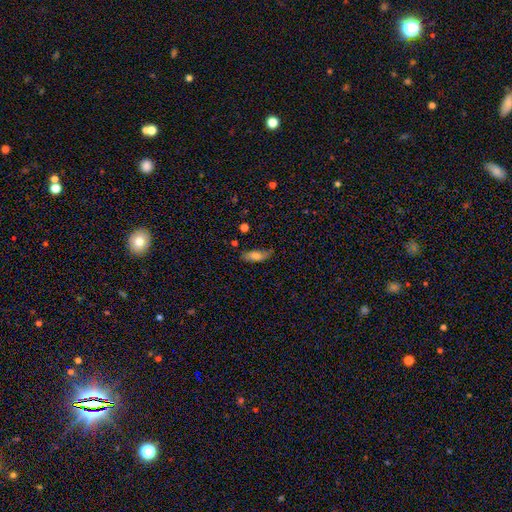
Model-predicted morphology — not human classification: smooth 69%, featured or disk 24%, star or artifact 8%. Down the decision tree: how rounded — in between (68%); merging — none (70%).